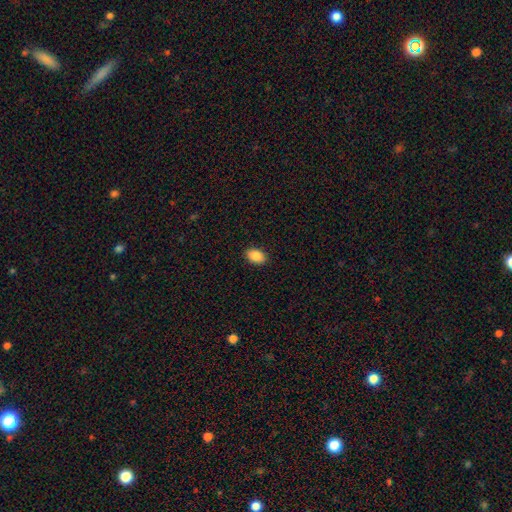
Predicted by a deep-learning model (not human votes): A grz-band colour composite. It shows a smooth galaxy with no disk features (88%) that is in between round and cigar-shaped (86%). Merging: none (90%).